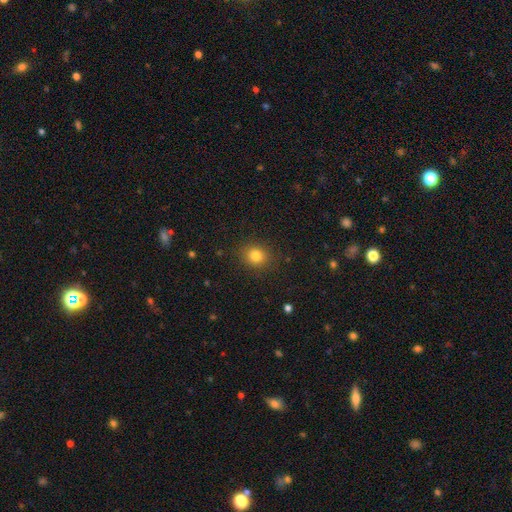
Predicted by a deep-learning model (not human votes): This is clearly a smooth galaxy (81%). How rounded: likely round (78%). Merging: clearly none (89%).